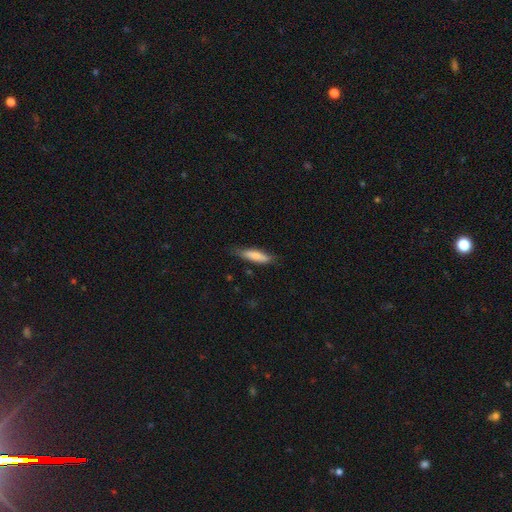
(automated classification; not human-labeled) A smooth galaxy with no disk features (76%) that is cigar-shaped (67%). Merging: none (74%).